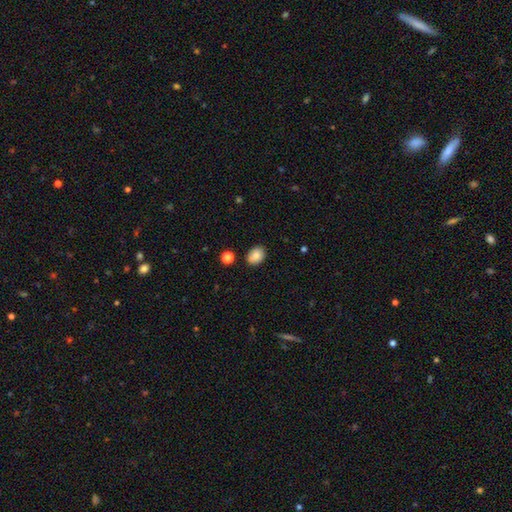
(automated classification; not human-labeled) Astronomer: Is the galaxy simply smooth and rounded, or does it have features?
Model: smooth — 85%.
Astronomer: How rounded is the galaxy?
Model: in between — 70%.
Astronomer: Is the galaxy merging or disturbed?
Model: none — 85%.